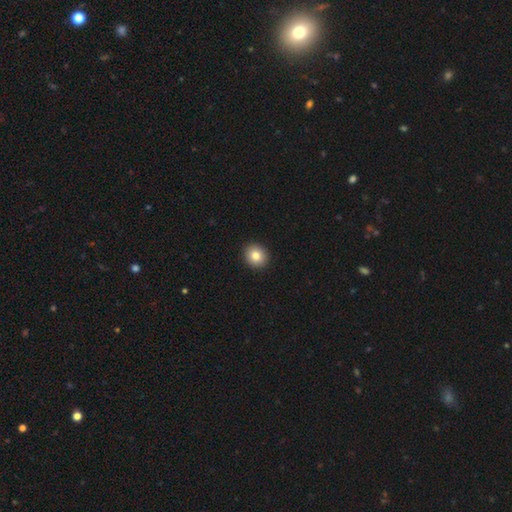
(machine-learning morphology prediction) Smooth or featured?
  - smooth: 83% *
  - star or artifact: 9%
  - featured or disk: 8%
How rounded?
  - round: 82% *
  - in between: 17%
  - cigar-shaped: 1%
Merging?
  - none: 93% *
  - minor disturbance: 5%
  - major disturbance: 1%
  - merger: 1%